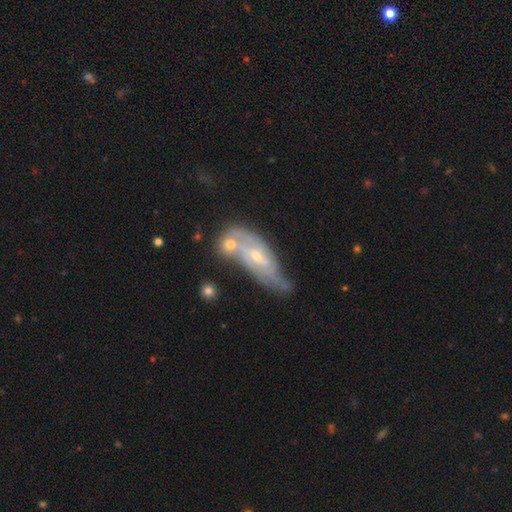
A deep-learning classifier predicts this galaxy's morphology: type=featured or disk (79%); edge-on=no (85%); bar=weak (44%); spiral arms=yes (88%); winding=medium (41%); arm count=2 (56%); bulge=small (56%); merging=none (37%).